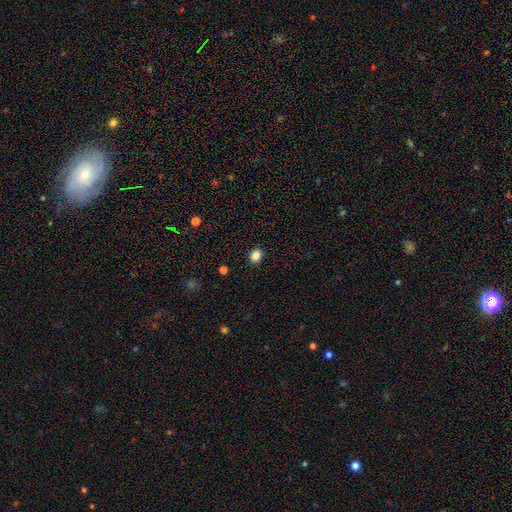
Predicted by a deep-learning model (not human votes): A smooth galaxy with no disk features (85%) that is round (61%). Merging: none (91%).